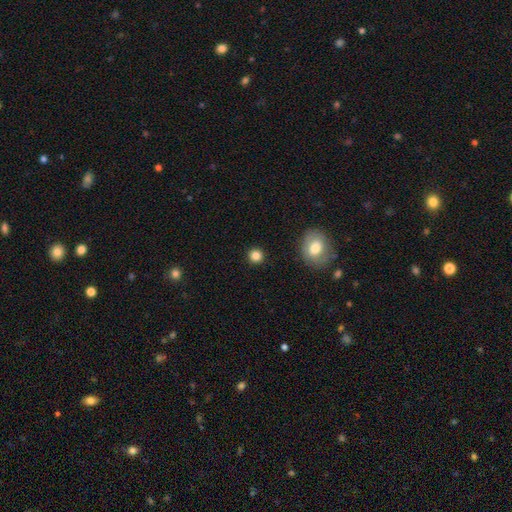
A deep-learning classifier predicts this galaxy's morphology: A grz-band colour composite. It shows a smooth galaxy with no disk features (85%) that is round (93%). Merging: none (90%).